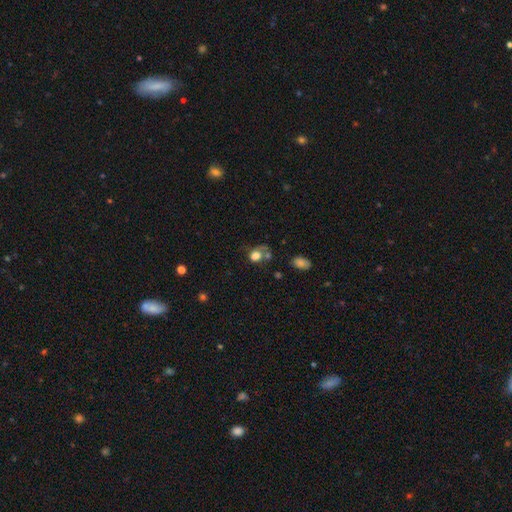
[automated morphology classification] smooth_or_featured: smooth (p=0.73) [alt: star or artifact p=0.14]
how_rounded: round (p=0.60) [alt: in between p=0.39]
merging: none (p=0.35) [alt: major disturbance p=0.23]